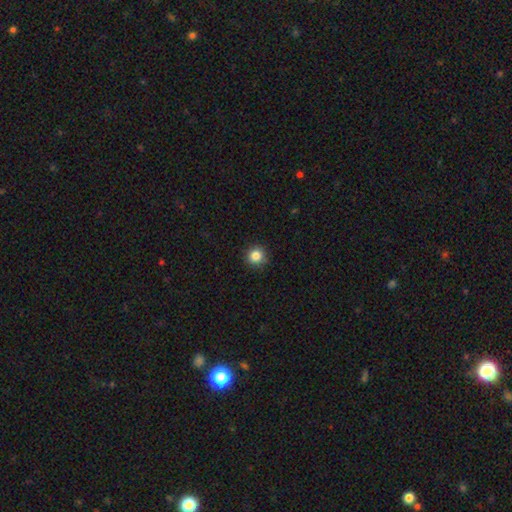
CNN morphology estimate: A smooth galaxy with no disk features (85%) that is round (94%). Merging: none (91%).